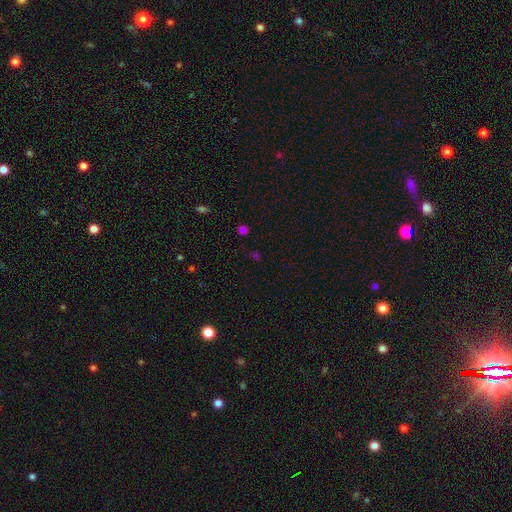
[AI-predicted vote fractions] A smooth galaxy with no disk features (47%, tied with star or artifact).

Vote fractions:
- Smooth or featured? smooth: 47% (tied) / star or artifact: 47% (tied) / featured or disk: 6%
- Merging? none: 81% / minor disturbance: 9% / major disturbance: 5% / merger: 5%